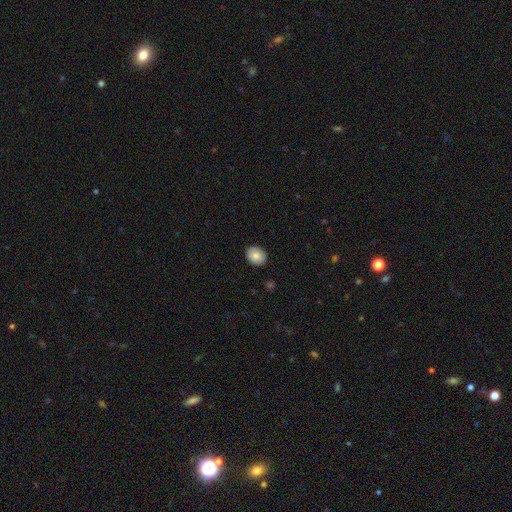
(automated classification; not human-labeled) smooth 85%, featured or disk 8%, star or artifact 7%. Down the decision tree: how rounded — round (54%); merging — none (89%).